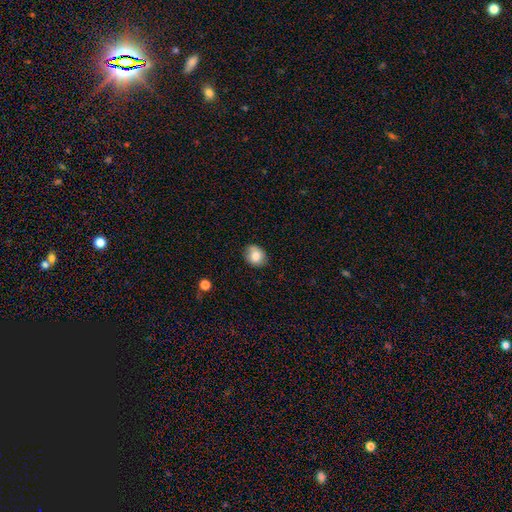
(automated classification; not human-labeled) Morphology: type=smooth (83%); roundness=round (62%); merging=none (80%).